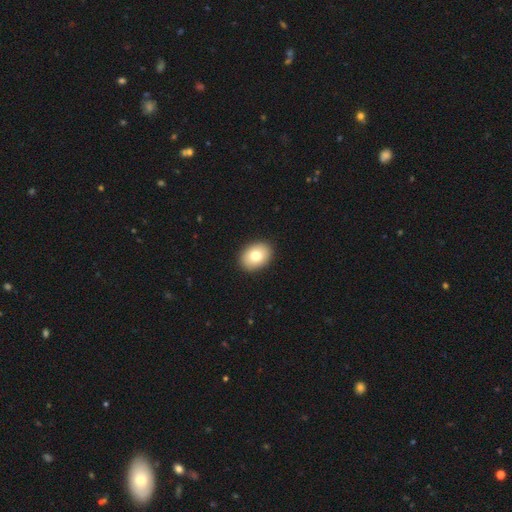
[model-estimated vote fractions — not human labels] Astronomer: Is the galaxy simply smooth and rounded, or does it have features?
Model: smooth — 78%.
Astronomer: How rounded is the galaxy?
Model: in between — 71%.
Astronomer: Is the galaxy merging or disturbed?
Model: none — 91%.